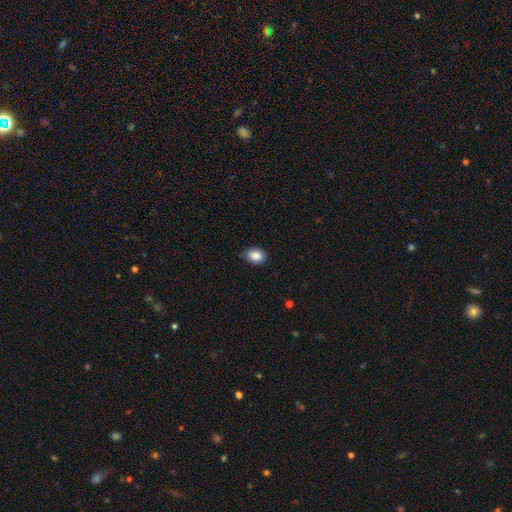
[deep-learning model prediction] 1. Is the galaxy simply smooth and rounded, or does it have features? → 87% smooth, 8% star or artifact, 4% featured or disk.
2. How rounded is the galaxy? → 64% in between, 35% round, 1% cigar-shaped.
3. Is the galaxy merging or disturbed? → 79% none, 17% minor disturbance, 3% major disturbance, 1% merger.